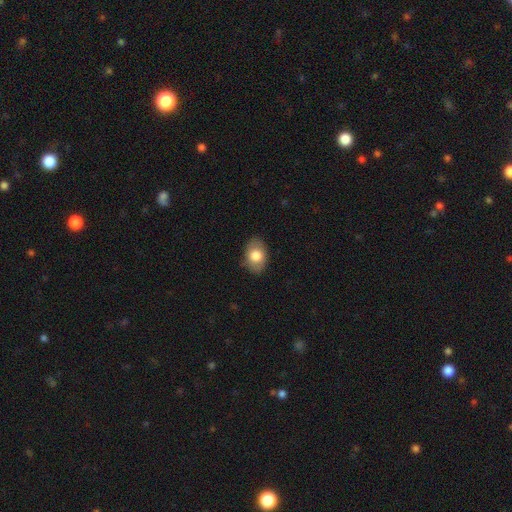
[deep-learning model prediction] Q: Smooth or featured?
A: smooth (78%); runner-up: featured or disk (15%)
Q: How rounded?
A: in between (83%); runner-up: round (16%)
Q: Merging?
A: none (83%); runner-up: minor disturbance (13%)